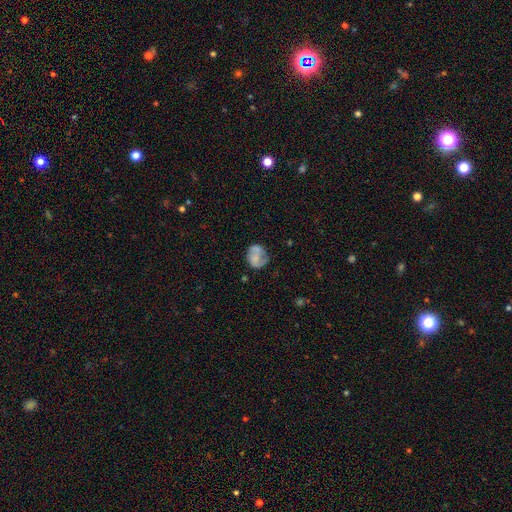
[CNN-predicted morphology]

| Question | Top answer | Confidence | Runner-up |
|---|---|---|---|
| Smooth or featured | smooth | 52% | featured or disk (40%) |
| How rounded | round | 64% | in between (35%) |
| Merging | none | 47% | minor disturbance (26%) |